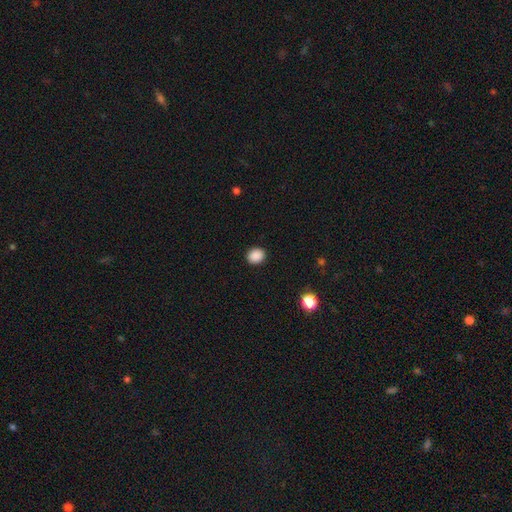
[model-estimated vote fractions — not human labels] Smooth or featured?
  - smooth: 89% *
  - star or artifact: 9%
  - featured or disk: 2%
How rounded?
  - round: 62% *
  - in between: 37%
  - cigar-shaped: 1%
Merging?
  - none: 91% *
  - minor disturbance: 6%
  - major disturbance: 2%
  - merger: 1%